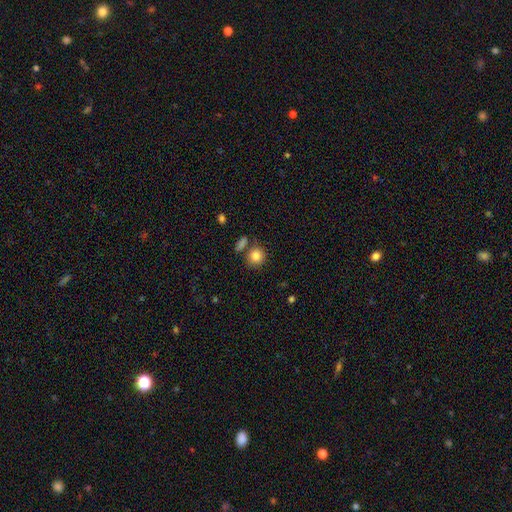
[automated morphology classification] The model was most divided on "merging": none: 69%, merger: 14%, minor disturbance: 13%, major disturbance: 5%. More confident: smooth or featured — smooth (84%); how rounded — round (83%).